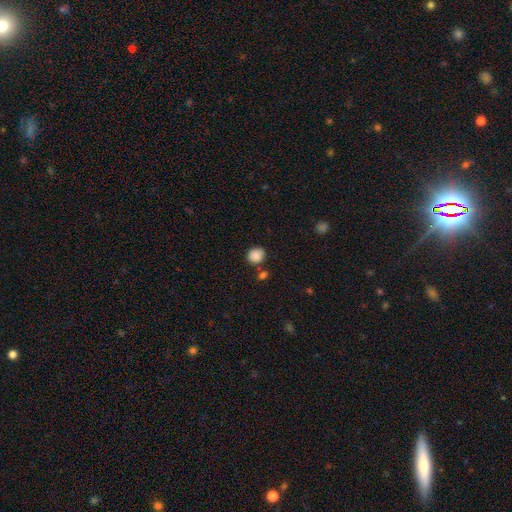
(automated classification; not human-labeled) smooth 87%, star or artifact 9%, featured or disk 4%. Down the decision tree: how rounded — round (73%); merging — none (75%).